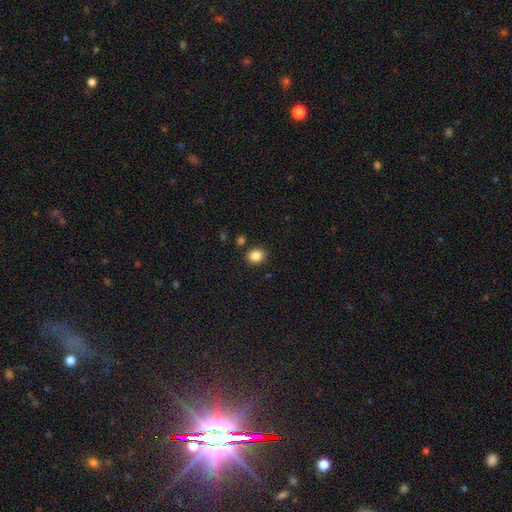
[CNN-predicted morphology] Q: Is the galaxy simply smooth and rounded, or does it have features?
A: smooth — 86%.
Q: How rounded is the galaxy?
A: round — 68%.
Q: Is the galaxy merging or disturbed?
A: none — 86%.